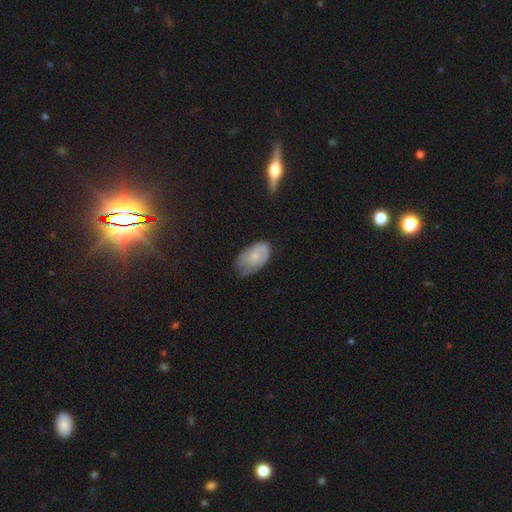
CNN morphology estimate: The model was most divided on "merging": none: 52%, minor disturbance: 36%, major disturbance: 10%, merger: 2%. More confident: how rounded — in between (93%); smooth or featured — smooth (56%).